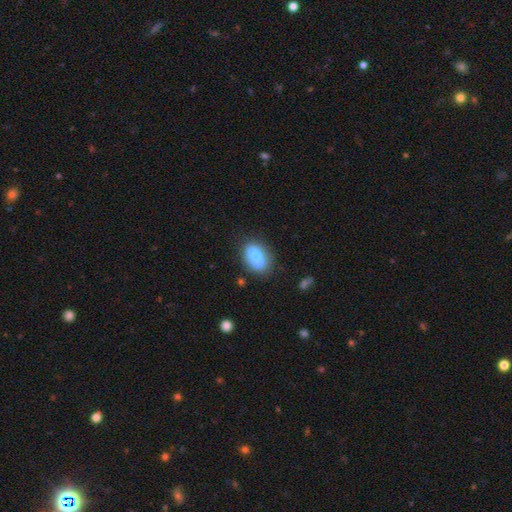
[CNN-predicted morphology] A smooth galaxy with no disk features (53%) that is in between round and cigar-shaped (72%). Merging: none (67%).